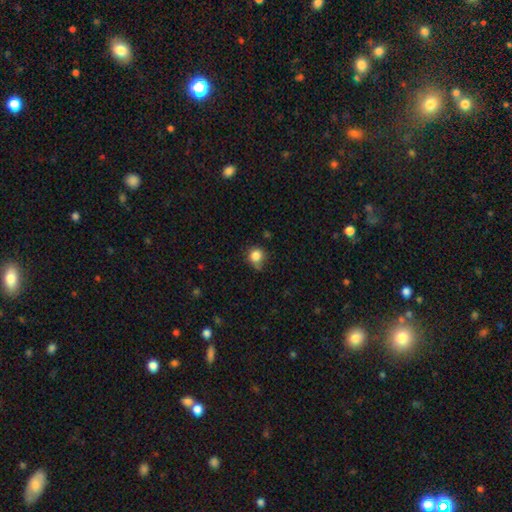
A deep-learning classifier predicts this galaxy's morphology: The model was most divided on "merging": none: 62%, minor disturbance: 27%, major disturbance: 6%, merger: 4%. More confident: how rounded — round (85%); smooth or featured — smooth (85%).